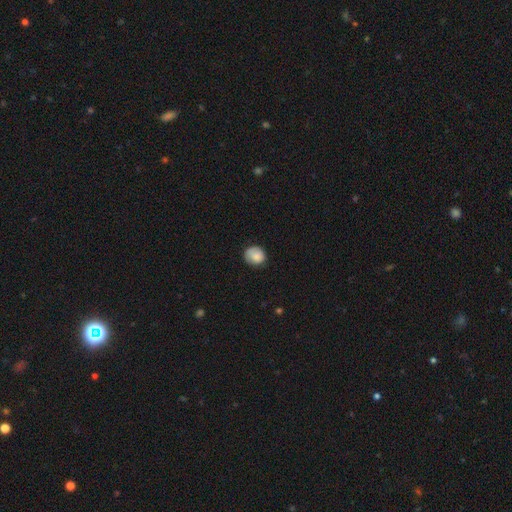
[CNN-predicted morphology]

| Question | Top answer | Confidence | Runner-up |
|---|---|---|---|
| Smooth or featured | smooth | 81% | featured or disk (12%) |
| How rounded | round | 77% | in between (22%) |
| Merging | none | 71% | minor disturbance (23%) |